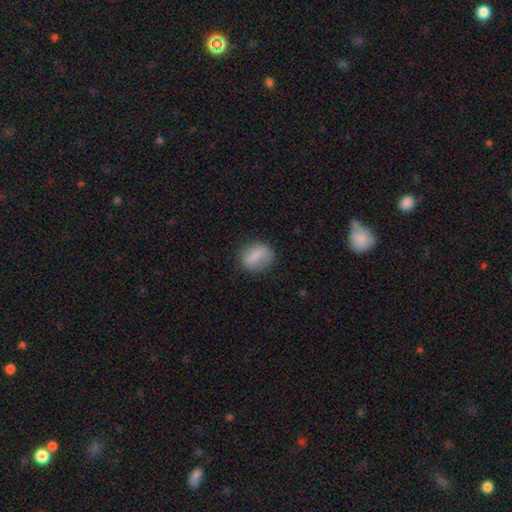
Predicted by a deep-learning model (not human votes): This is likely a smooth galaxy (72%). How rounded: possibly in between (56%). Merging: likely none (76%).